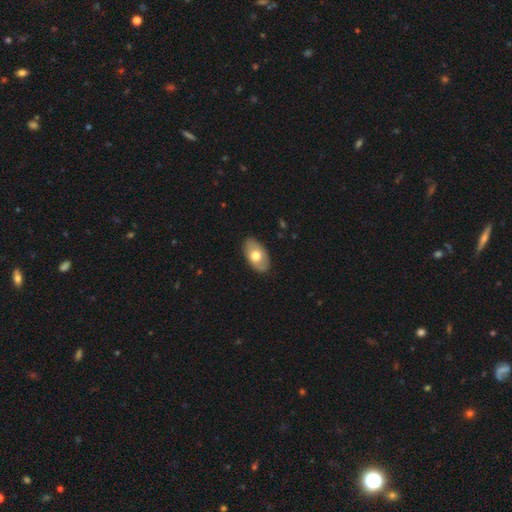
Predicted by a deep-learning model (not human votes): smooth 63%, featured or disk 31%, star or artifact 5%. Down the decision tree: how rounded — in between (93%); merging — none (84%).